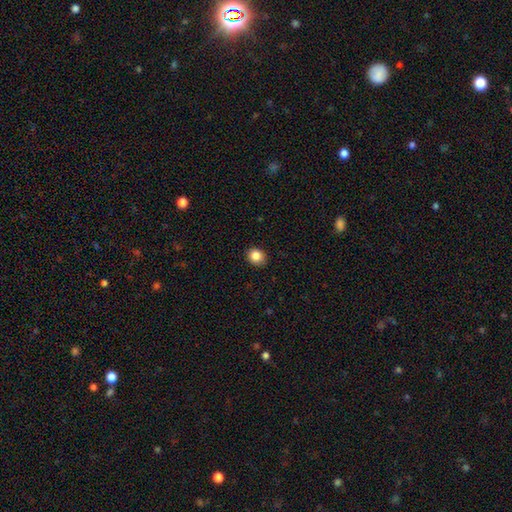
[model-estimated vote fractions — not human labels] This appears to be a smooth galaxy with no disk features (85%) that is round (72%). Merging: none (91%).